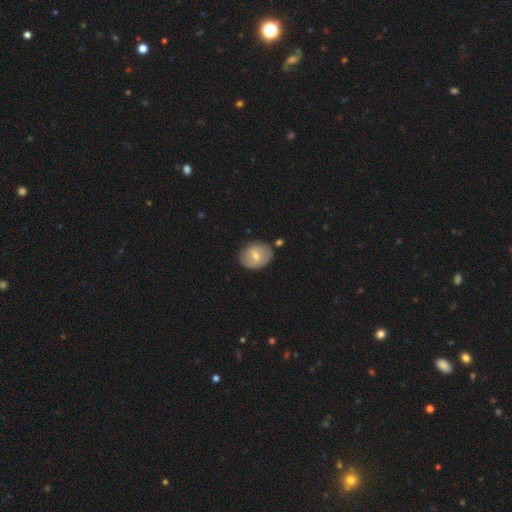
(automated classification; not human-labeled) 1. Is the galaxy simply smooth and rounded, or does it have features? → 54% smooth, 39% featured or disk, 7% star or artifact.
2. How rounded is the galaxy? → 50% round, 48% in between, 1% cigar-shaped.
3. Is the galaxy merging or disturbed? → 73% none, 18% minor disturbance, 5% merger, 4% major disturbance.